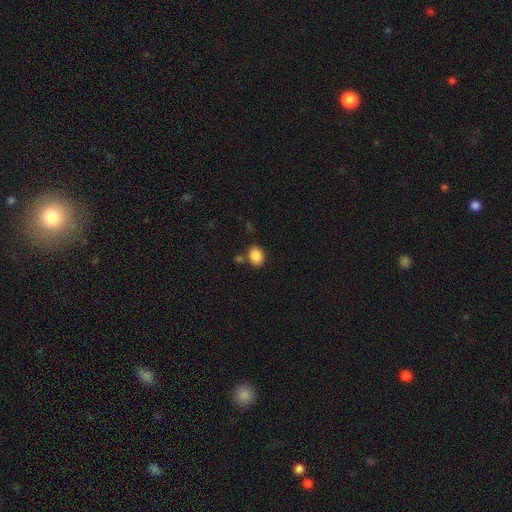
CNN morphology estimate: Smooth or featured? Predicted: smooth (p=0.87). How rounded? Predicted: in between (p=0.67). Merging? Predicted: none (p=0.74).